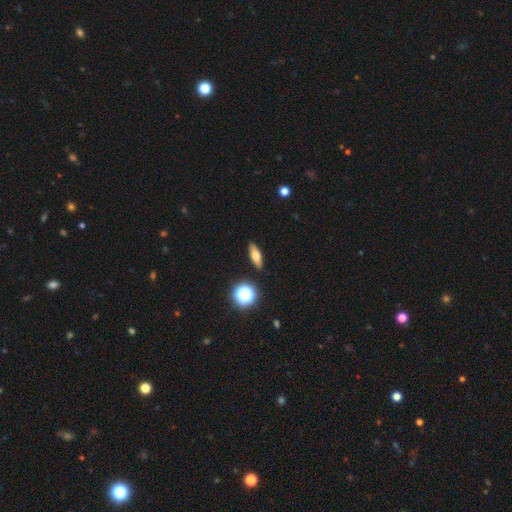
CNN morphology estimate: Smooth or featured: smooth — 62% (featured or disk — 26%)
How rounded: in between — 57% (cigar-shaped — 35%)
Merging: none — 89% (minor disturbance — 8%)